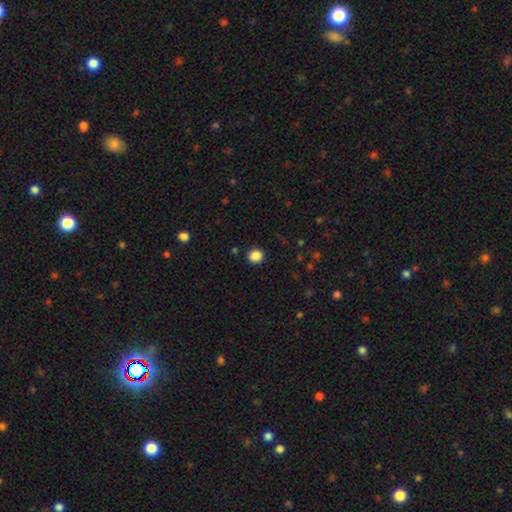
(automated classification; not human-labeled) smooth-or-featured: smooth: 87% | star or artifact: 10% | featured or disk: 3%
  how-rounded: round: 88% | in between: 11% | cigar-shaped: 1%
  merging: none: 91% | minor disturbance: 6% | major disturbance: 2% | merger: 1%